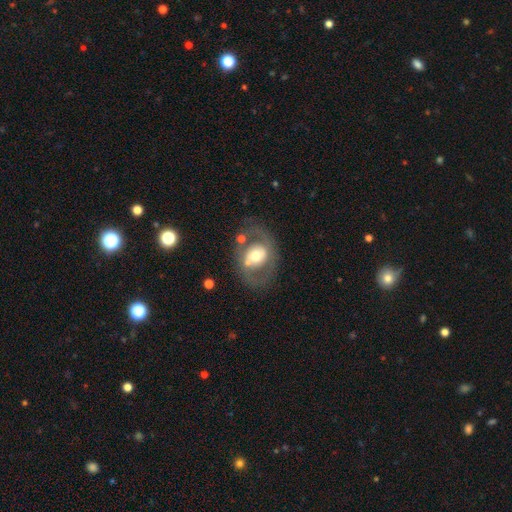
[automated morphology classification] Smooth or featured? featured or disk (65%)
Edge-on disk? no (95%)
Bar? no (59%)
Spiral arms? yes (51%)
Bulge size? moderate (63%)
Merging? none (66%)